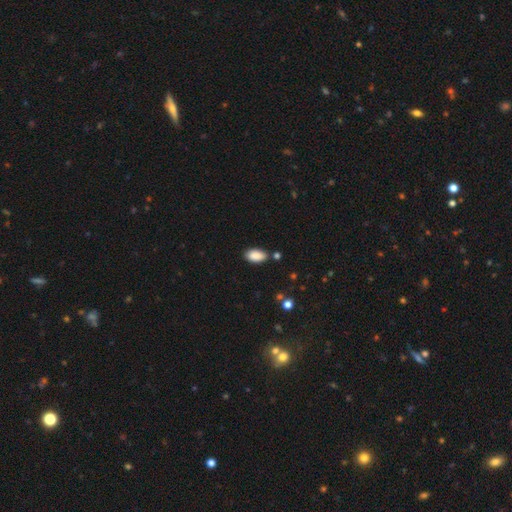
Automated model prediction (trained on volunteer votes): This appears to be a smooth galaxy with no disk features (89%) that is in between round and cigar-shaped (94%). Merging: none (79%).